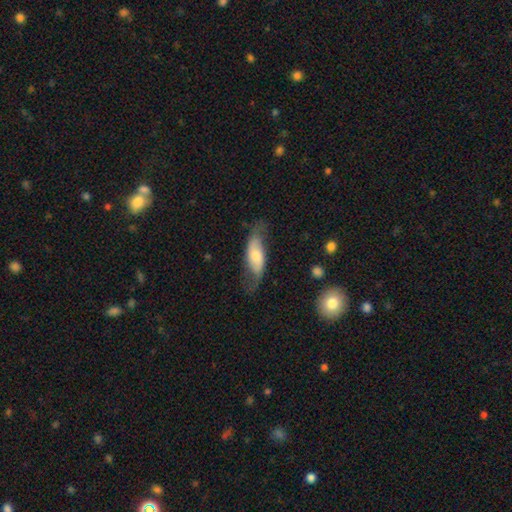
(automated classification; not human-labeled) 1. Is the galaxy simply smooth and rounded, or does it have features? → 47% smooth (tied), 47% featured or disk (tied), 6% star or artifact.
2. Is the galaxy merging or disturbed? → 59% none, 26% minor disturbance, 13% major disturbance, 2% merger.